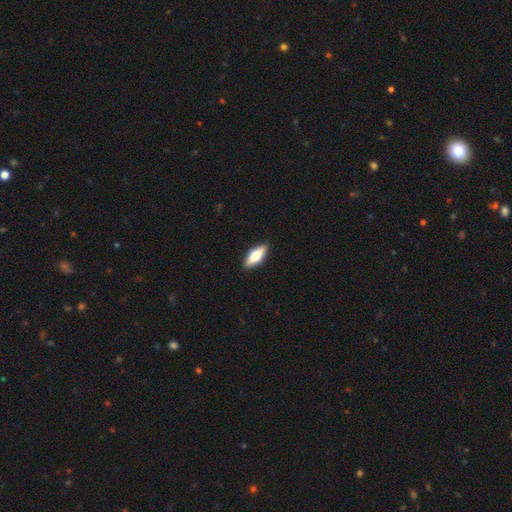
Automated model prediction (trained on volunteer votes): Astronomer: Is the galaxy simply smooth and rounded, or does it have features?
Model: smooth — 50% (runner-up: featured or disk, 45%).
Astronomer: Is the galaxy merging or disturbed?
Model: none — 90%.